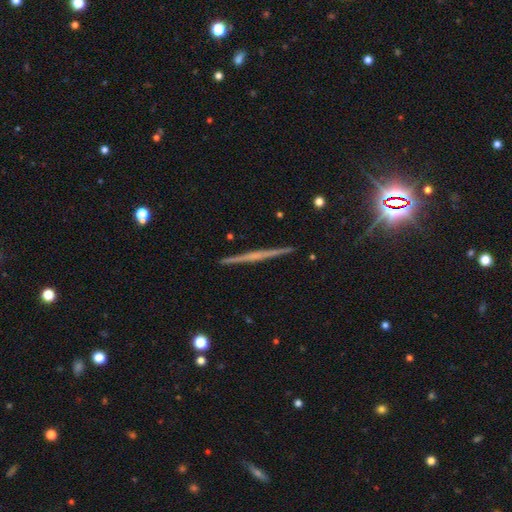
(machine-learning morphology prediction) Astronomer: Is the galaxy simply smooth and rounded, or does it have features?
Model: featured or disk — 70%.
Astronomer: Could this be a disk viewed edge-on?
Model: yes — 98%.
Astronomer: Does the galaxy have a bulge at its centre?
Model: none — 62%.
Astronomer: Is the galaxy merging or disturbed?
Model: none — 92%.